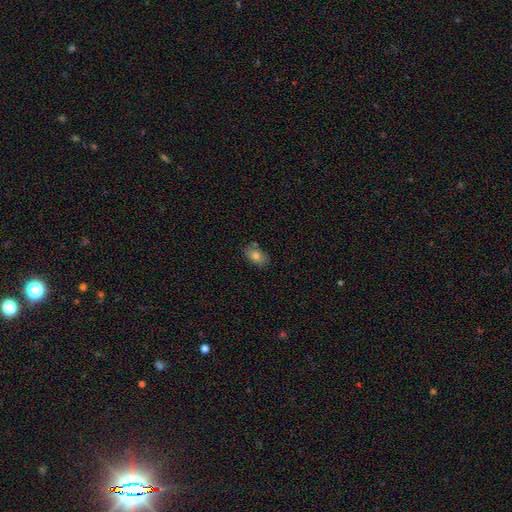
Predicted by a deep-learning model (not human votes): smooth-or-featured: smooth: 80% | featured or disk: 12% | star or artifact: 9%
  how-rounded: in between: 89% | round: 9% | cigar-shaped: 2%
  merging: none: 78% | minor disturbance: 14% | merger: 5% | major disturbance: 3%